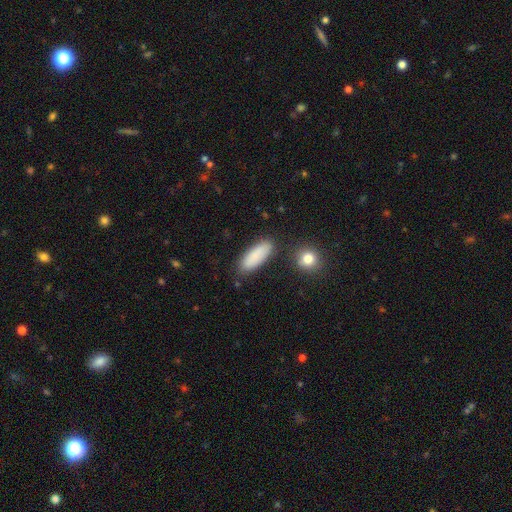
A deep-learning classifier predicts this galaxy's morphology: The model was most divided on "how rounded": in between: 62%, cigar-shaped: 36%, round: 2%. More confident: smooth or featured — smooth (87%); merging — none (83%).